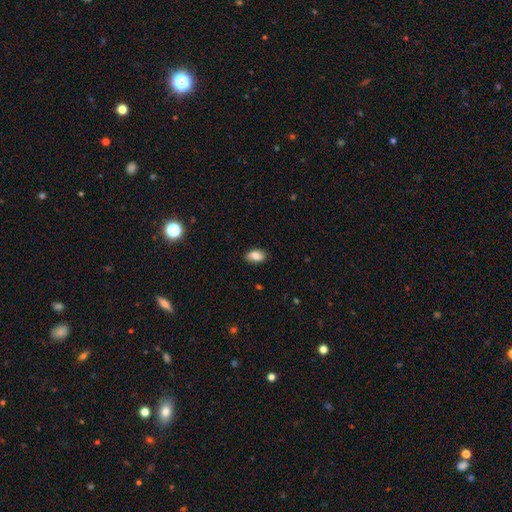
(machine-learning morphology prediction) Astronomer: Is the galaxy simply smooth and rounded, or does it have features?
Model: smooth — 83%.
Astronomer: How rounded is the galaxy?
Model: in between — 91%.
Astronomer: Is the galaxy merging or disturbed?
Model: none — 86%.